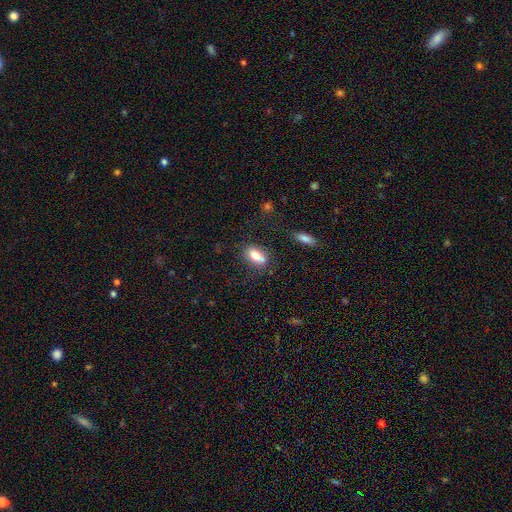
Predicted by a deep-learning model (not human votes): Smooth or featured: smooth — 76% (featured or disk — 14%)
How rounded: in between — 80% (round — 11%)
Merging: none — 59% (merger — 18%)